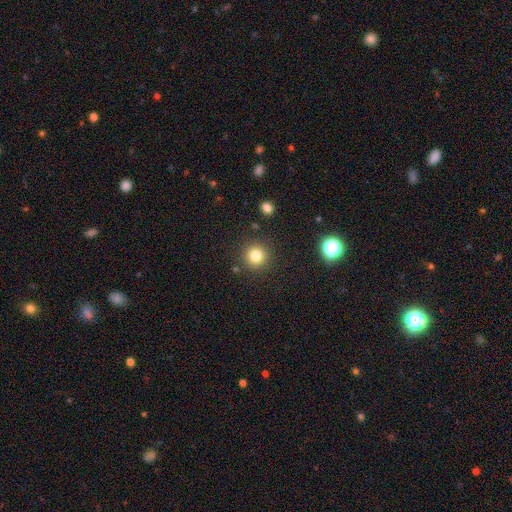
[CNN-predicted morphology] smooth_or_featured: smooth (p=0.80) [alt: star or artifact p=0.13]
how_rounded: round (p=0.94) [alt: in between p=0.05]
merging: none (p=0.88) [alt: minor disturbance p=0.06]